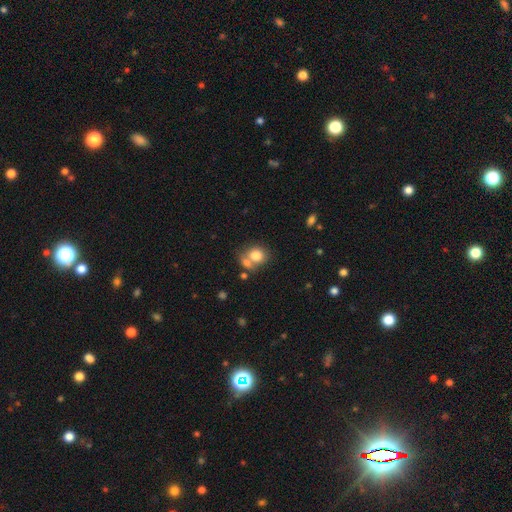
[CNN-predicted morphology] Smooth or featured? Predicted: smooth (p=0.79). How rounded? Predicted: round (p=0.66). Merging? Predicted: none (p=0.42).